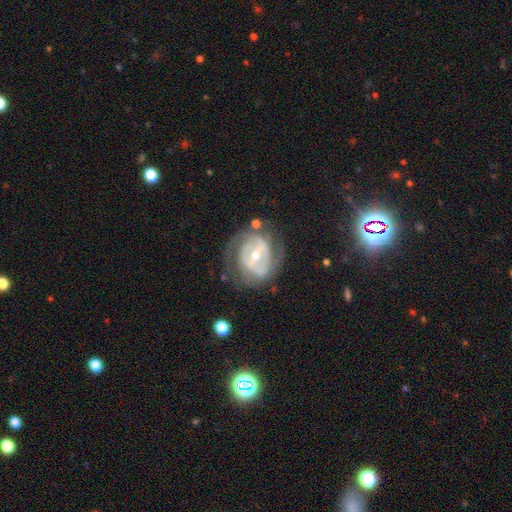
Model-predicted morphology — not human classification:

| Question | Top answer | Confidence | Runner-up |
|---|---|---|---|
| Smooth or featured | featured or disk | 82% | smooth (13%) |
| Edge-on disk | no | 96% | yes (4%) |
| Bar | weak | 41% | strong (36%) |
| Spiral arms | yes | 76% | no (24%) |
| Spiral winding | tight | 55% | medium (32%) |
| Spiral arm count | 2 | 49% | can't tell (30%) |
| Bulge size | moderate | 59% | small (37%) |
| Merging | none | 60% | minor disturbance (20%) |